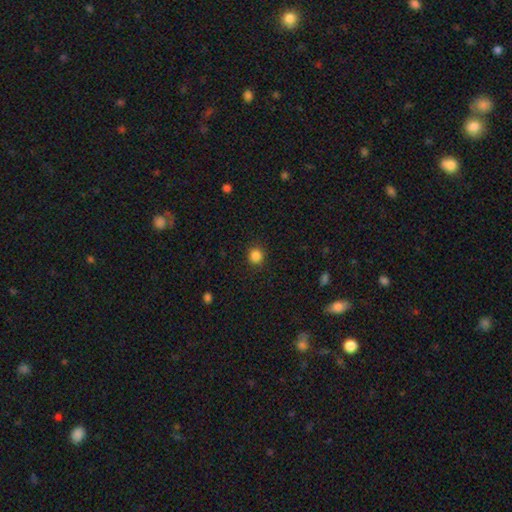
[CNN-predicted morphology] Smooth or featured? Predicted: smooth (p=0.86). How rounded? Predicted: round (p=0.91). Merging? Predicted: none (p=0.90).